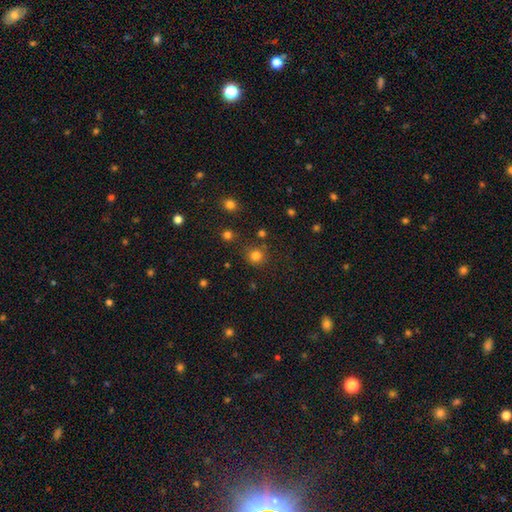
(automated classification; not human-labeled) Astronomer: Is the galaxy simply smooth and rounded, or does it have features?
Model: smooth — 80%.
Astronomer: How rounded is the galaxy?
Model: round — 91%.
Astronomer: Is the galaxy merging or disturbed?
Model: none — 80%.